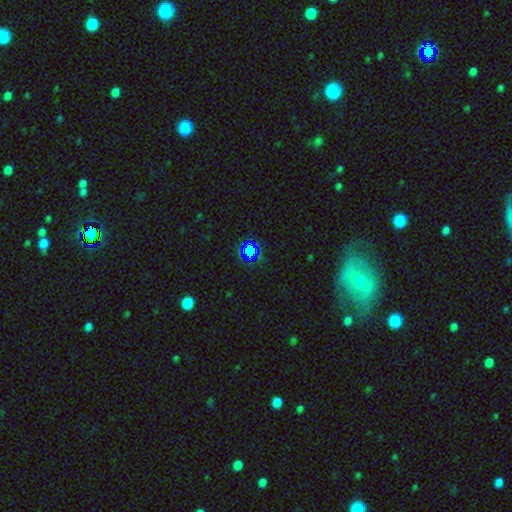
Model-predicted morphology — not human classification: This appears to be a star or artifact, not a galaxy (52%).